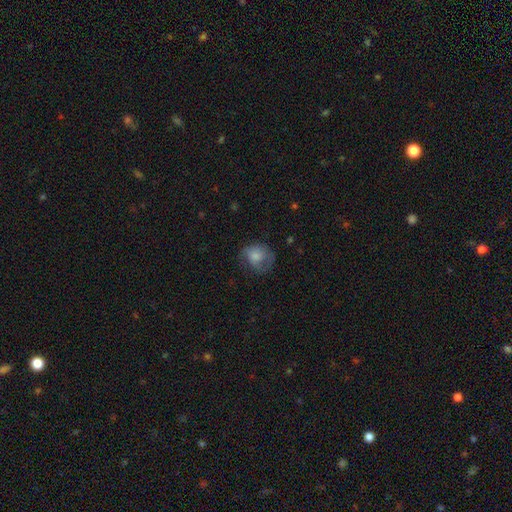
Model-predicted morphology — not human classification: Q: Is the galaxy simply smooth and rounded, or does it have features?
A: smooth — 67%.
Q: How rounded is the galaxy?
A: round — 63%.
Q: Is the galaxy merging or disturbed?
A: none — 47%.